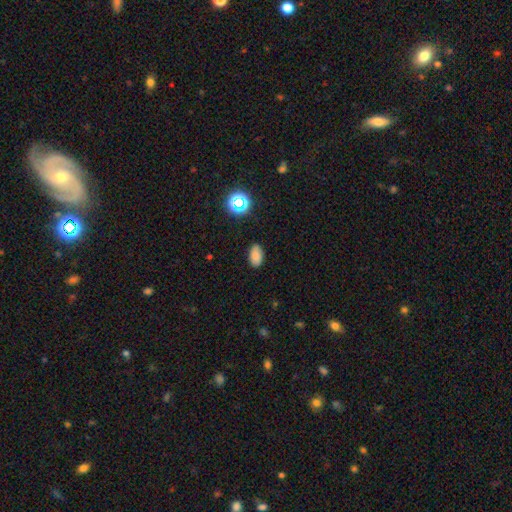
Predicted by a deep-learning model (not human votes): This is clearly a smooth galaxy (82%). How rounded: clearly in between (91%). Merging: clearly none (86%).